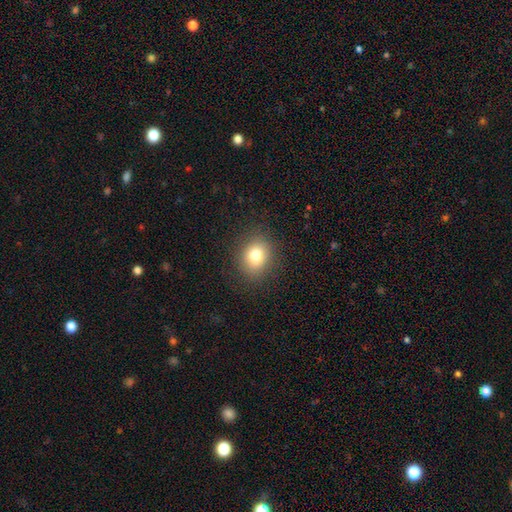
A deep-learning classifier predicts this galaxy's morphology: smooth_or_featured: smooth (p=0.79) [alt: star or artifact p=0.12]
how_rounded: round (p=0.61) [alt: in between p=0.38]
merging: none (p=0.87) [alt: minor disturbance p=0.09]